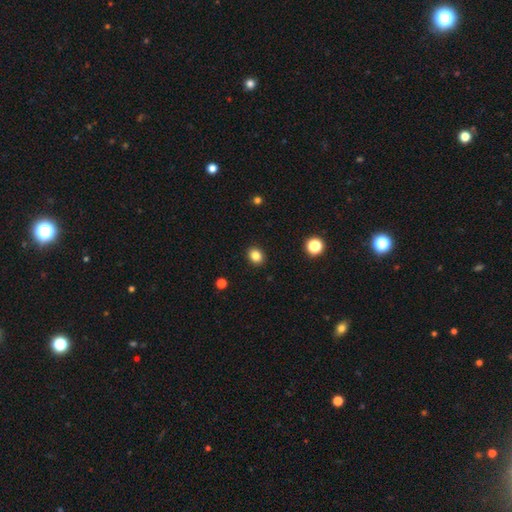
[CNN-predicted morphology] A smooth galaxy with no disk features (84%) that is round (61%).

Vote fractions:
- Smooth or featured? smooth: 84% / star or artifact: 11% / featured or disk: 5%
- How rounded? round: 61% / in between: 38% / cigar-shaped: 1%
- Merging? none: 91% / minor disturbance: 6% / major disturbance: 2% / merger: 1%